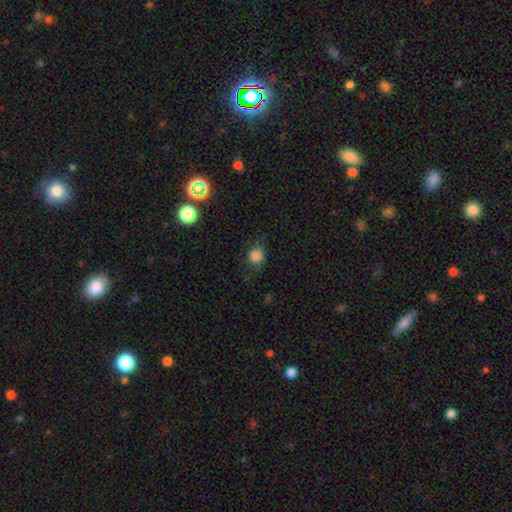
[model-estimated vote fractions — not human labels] Smooth or featured?
  - smooth: 83% *
  - star or artifact: 12%
  - featured or disk: 5%
How rounded?
  - round: 75% *
  - in between: 24%
  - cigar-shaped: 1%
Merging?
  - none: 67% *
  - minor disturbance: 23%
  - major disturbance: 8%
  - merger: 2%